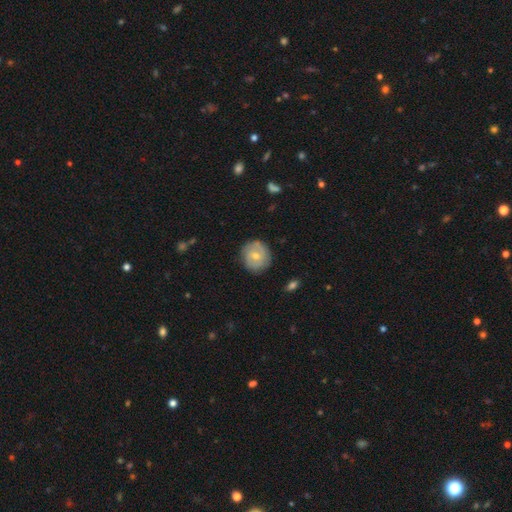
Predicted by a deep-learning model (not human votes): A smooth galaxy with no disk features (54%) that is round (86%). Merging: none (81%).